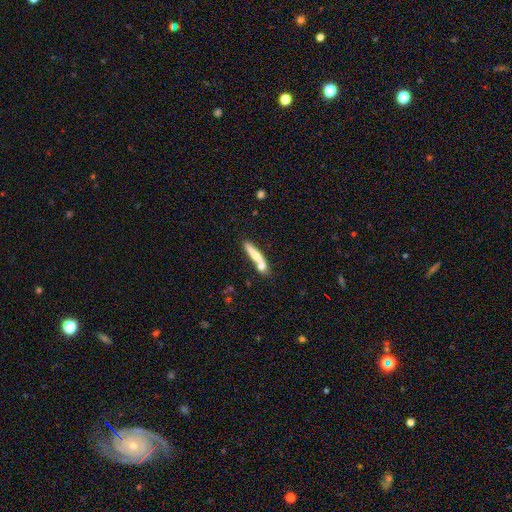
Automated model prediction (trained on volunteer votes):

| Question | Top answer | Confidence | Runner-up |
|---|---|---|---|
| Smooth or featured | smooth | 62% | featured or disk (31%) |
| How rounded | cigar-shaped | 88% | in between (10%) |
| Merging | none | 53% | merger (27%) |